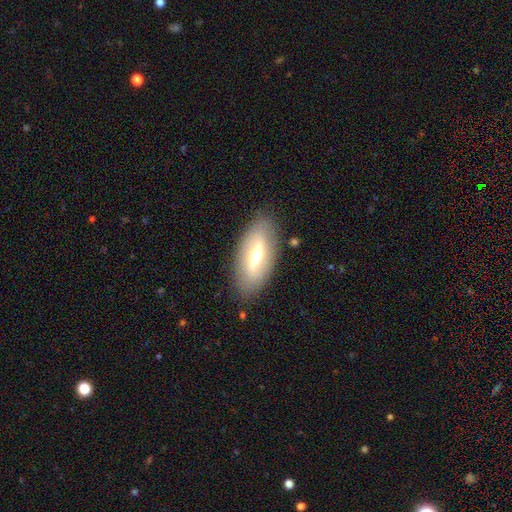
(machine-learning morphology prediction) Smooth or featured: featured or disk — 53% (smooth — 41%)
Edge-on disk: no — 75% (yes — 25%)
Merging: none — 85% (minor disturbance — 10%)